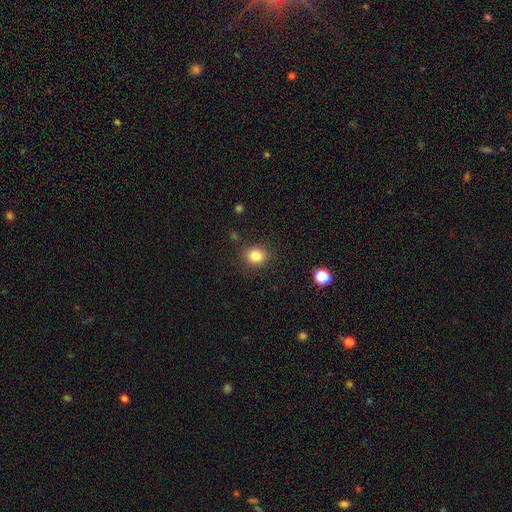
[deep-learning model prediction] This appears to be a smooth galaxy with no disk features (82%) that is round (77%). Merging: none (87%).